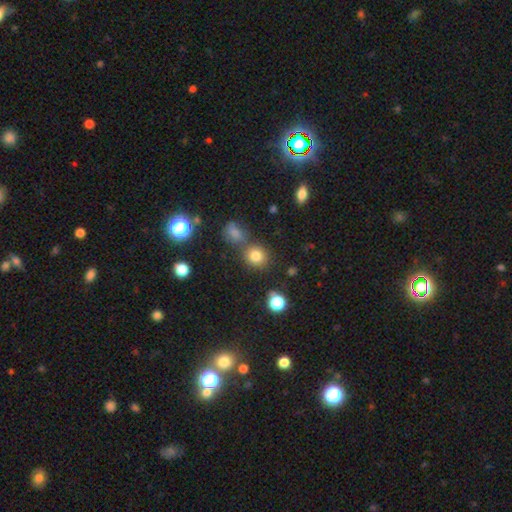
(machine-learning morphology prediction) The model was most divided on "merging": none: 68%, merger: 18%, minor disturbance: 10%, major disturbance: 4%. More confident: how rounded — round (83%); smooth or featured — smooth (78%).